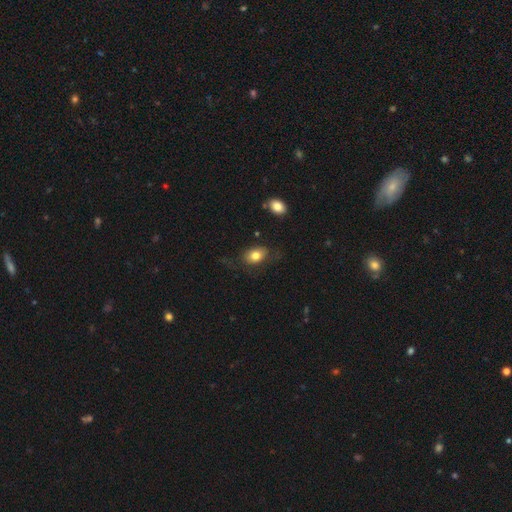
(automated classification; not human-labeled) Overall: smooth (78%). How rounded: in between (77%). Merging: none (66%).